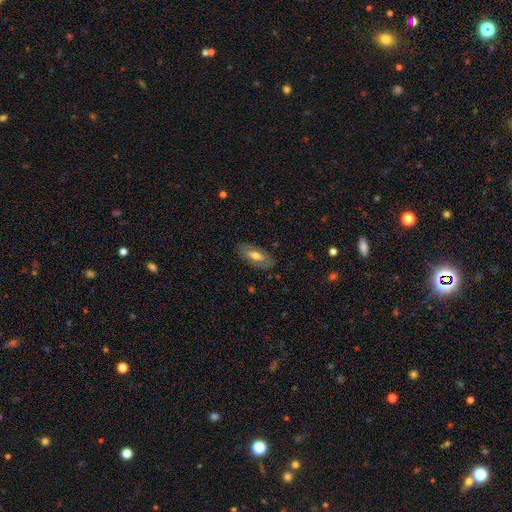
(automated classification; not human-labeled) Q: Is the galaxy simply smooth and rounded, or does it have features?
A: smooth — 53%.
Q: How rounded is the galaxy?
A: in between — 87%.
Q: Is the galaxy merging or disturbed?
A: none — 83%.